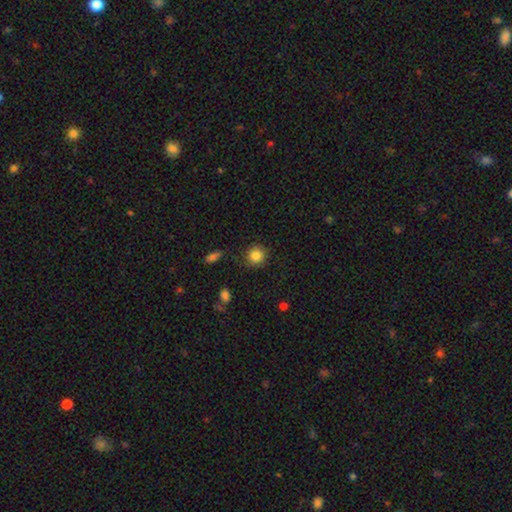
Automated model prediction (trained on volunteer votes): The model was most divided on "merging": none: 85%, minor disturbance: 11%, major disturbance: 3%, merger: 2%. More confident: how rounded — round (89%); smooth or featured — smooth (85%).